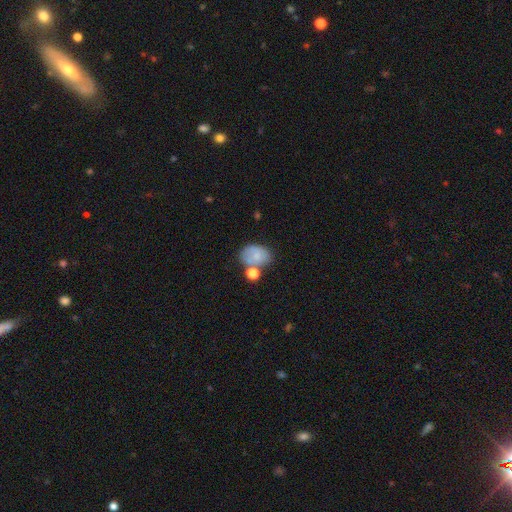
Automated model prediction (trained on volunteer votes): smooth-or-featured: smooth: 72% | featured or disk: 17% | star or artifact: 10%
  how-rounded: in between: 65% | round: 34% | cigar-shaped: 1%
  merging: none: 48% | merger: 24% | minor disturbance: 20% | major disturbance: 8%